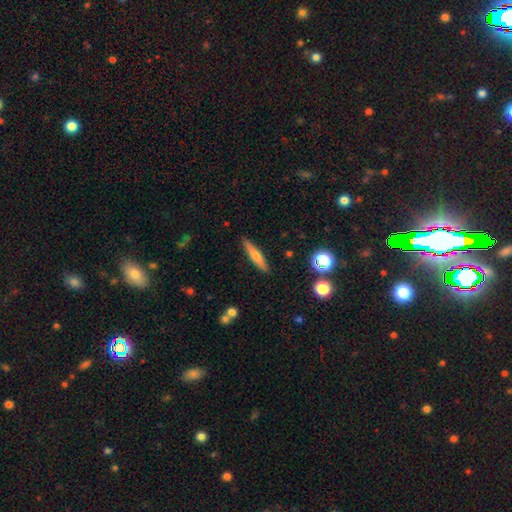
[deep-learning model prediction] A smooth galaxy with no disk features (53%) that is cigar-shaped (85%). Merging: none (87%).